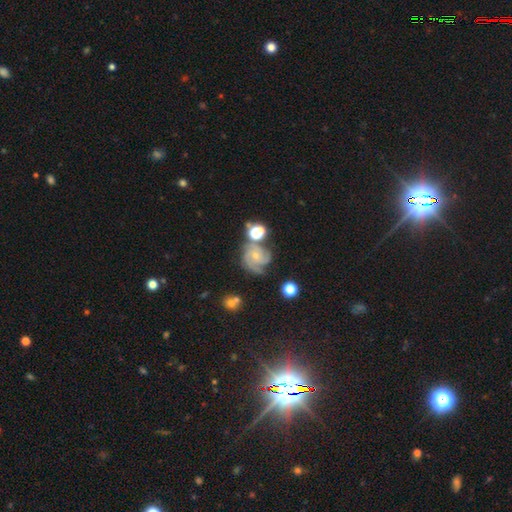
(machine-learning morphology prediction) type=featured or disk (81%); edge-on=no (98%); bar=no (72%); spiral arms=yes (97%); winding=tight (53%); arm count=3 (54%); bulge=small (69%); merging=none (59%).